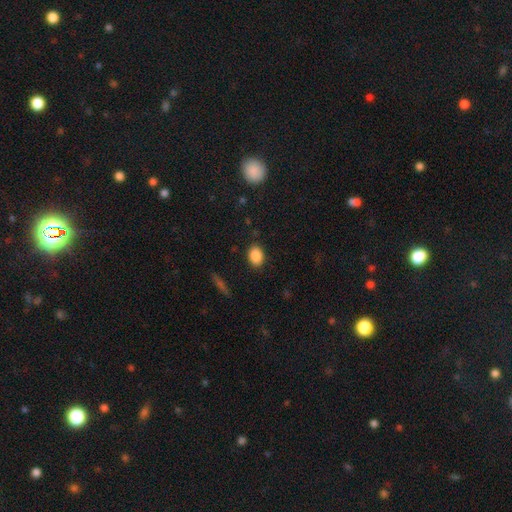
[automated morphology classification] This appears to be a smooth galaxy with no disk features (88%) that is in between round and cigar-shaped (71%). Merging: none (87%).